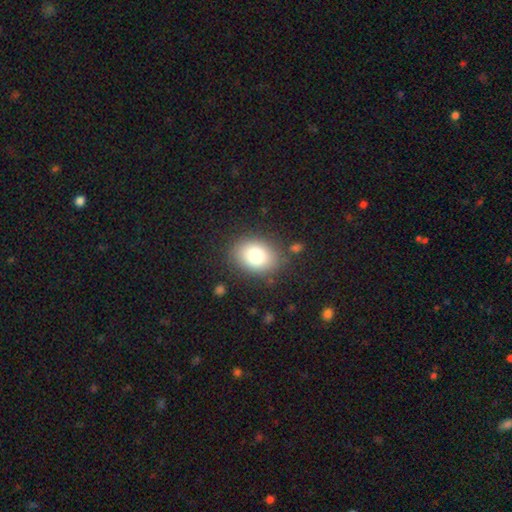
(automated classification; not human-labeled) smooth-or-featured: smooth: 81% | featured or disk: 10% | star or artifact: 9%
  how-rounded: in between: 68% | round: 31% | cigar-shaped: 1%
  merging: none: 83% | minor disturbance: 11% | major disturbance: 4% | merger: 2%